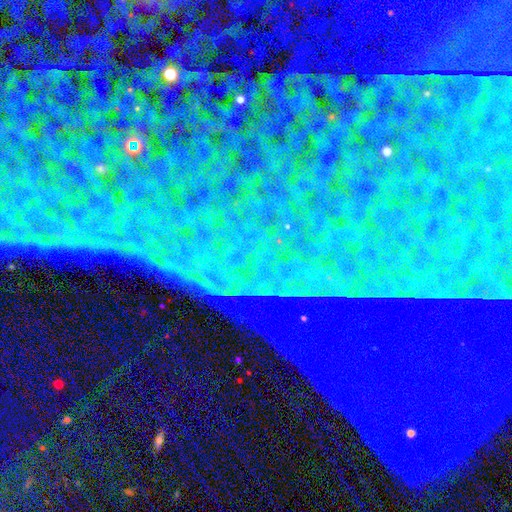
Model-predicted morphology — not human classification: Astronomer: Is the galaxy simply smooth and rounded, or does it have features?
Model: star or artifact — 87%.